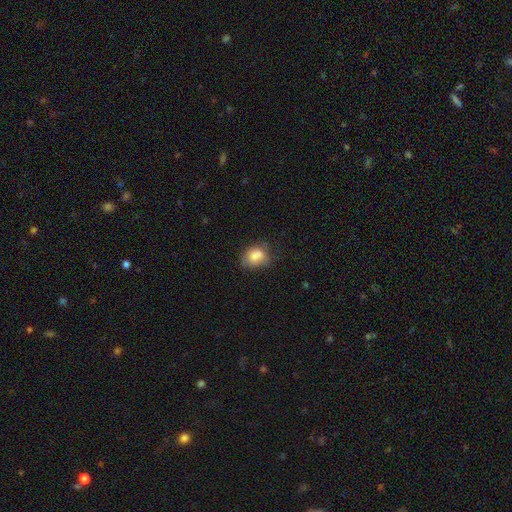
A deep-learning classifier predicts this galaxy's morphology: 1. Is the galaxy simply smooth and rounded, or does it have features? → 77% smooth, 14% featured or disk, 9% star or artifact.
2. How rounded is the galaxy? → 58% in between, 41% round, 1% cigar-shaped.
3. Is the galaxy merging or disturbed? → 43% none, 29% minor disturbance, 16% merger, 12% major disturbance.